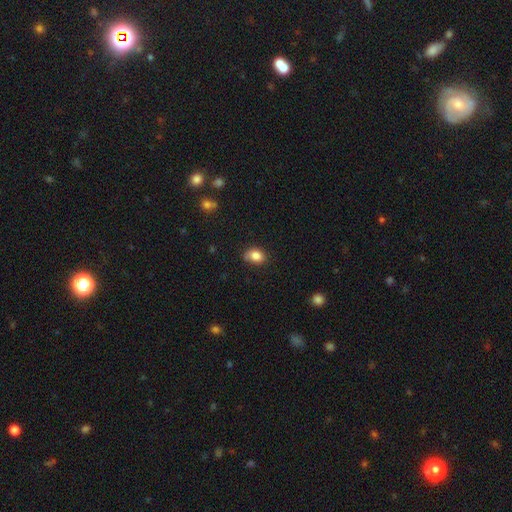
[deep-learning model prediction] Smooth or featured? smooth (84%)
How rounded? in between (73%)
Merging? none (74%)